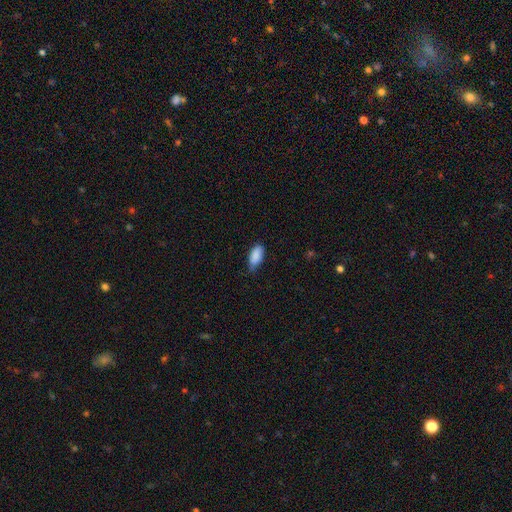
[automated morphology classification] smooth 88%, star or artifact 7%, featured or disk 5%. Down the decision tree: how rounded — in between (90%); merging — none (62%).